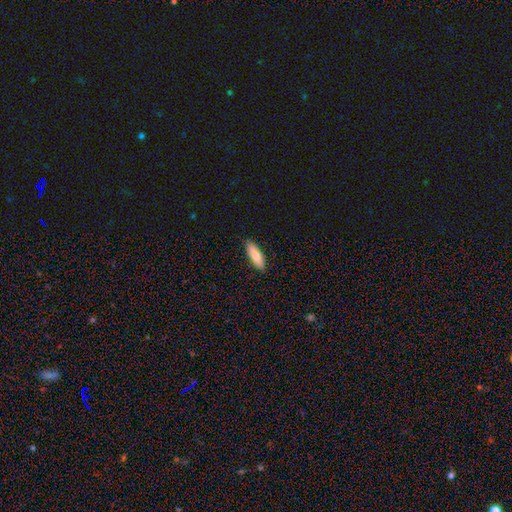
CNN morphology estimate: smooth-or-featured: smooth: 79% | featured or disk: 16% | star or artifact: 6%
  how-rounded: in between: 51% | cigar-shaped: 47% | round: 2%
  merging: none: 88% | minor disturbance: 9% | major disturbance: 2% | merger: 1%